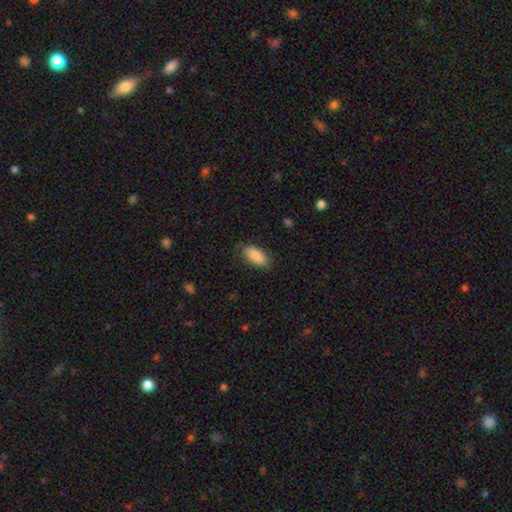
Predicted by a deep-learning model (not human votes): This appears to be a smooth galaxy with no disk features (88%) that is in between round and cigar-shaped (89%). Merging: none (75%).